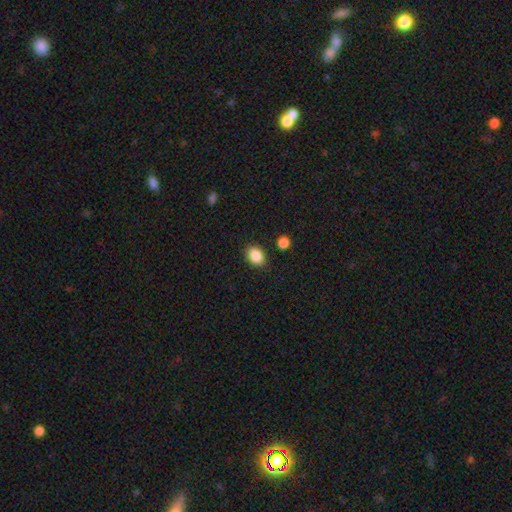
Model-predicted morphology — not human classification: This is clearly a smooth galaxy (88%). How rounded: likely in between (67%). Merging: clearly none (85%).